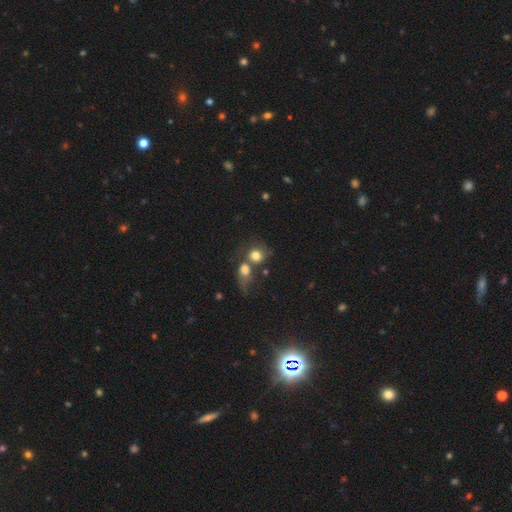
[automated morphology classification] Smooth or featured: smooth — 76% (featured or disk — 13%)
How rounded: round — 73% (in between — 25%)
Merging: merger — 56% (none — 25%)